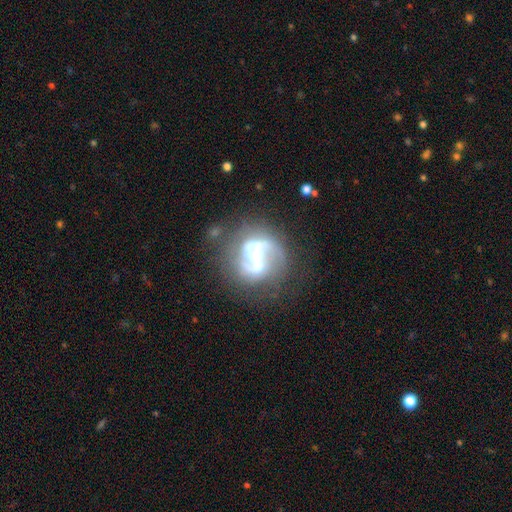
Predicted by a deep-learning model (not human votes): This is clearly a featured or disk galaxy (83%). It is clearly not viewed edge-on (97%). Bar: marginally weak (37%). Spiral arm pattern: clearly yes (89%). Spiral arm count: likely 2 (77%). Spiral winding: possibly medium (47%). Central bulge: possibly moderate (53%). Merging: likely none (65%).